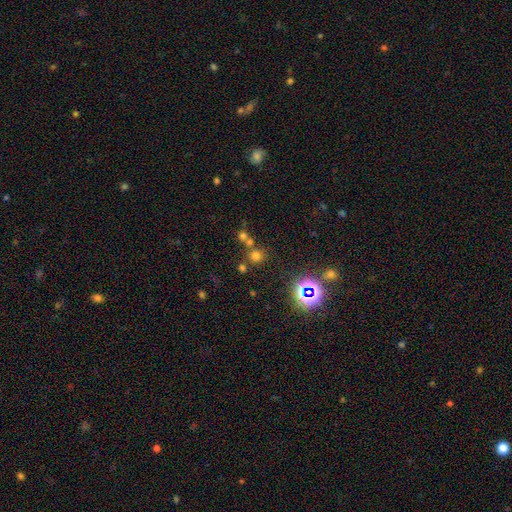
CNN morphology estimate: smooth_or_featured: smooth (p=0.60) [alt: star or artifact p=0.32]
how_rounded: round (p=0.90) [alt: in between p=0.09]
merging: none (p=0.66) [alt: merger p=0.23]